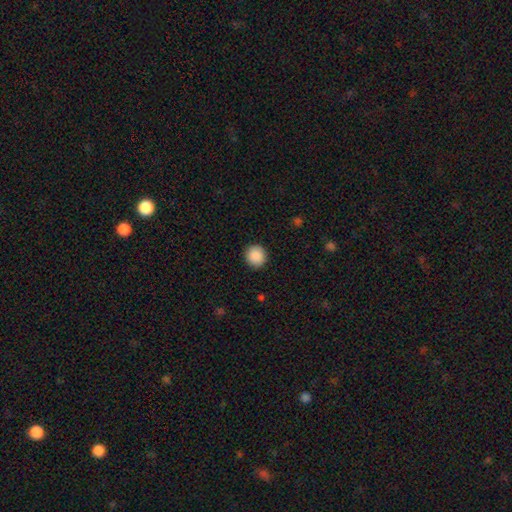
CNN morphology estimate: smooth-or-featured: smooth: 89% | star or artifact: 8% | featured or disk: 3%
  how-rounded: round: 90% | in between: 9% | cigar-shaped: 1%
  merging: none: 92% | minor disturbance: 6% | major disturbance: 2% | merger: 1%